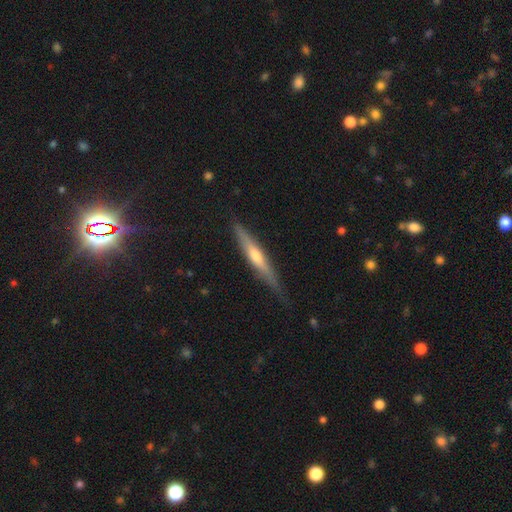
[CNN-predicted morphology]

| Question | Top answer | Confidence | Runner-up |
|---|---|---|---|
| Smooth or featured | featured or disk | 56% | smooth (38%) |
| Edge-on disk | yes | 94% | no (6%) |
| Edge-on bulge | rounded | 68% | none (24%) |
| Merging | none | 78% | minor disturbance (18%) |